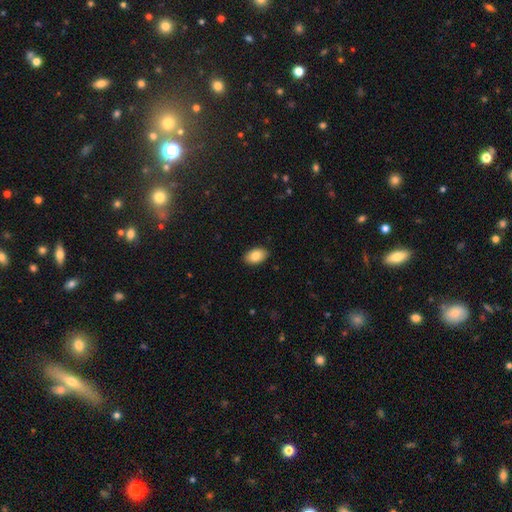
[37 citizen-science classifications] Smooth or featured?
  - smooth: 86% *
  - featured or disk: 11%
  - star or artifact: 3%
How rounded?
  - in between: 94% *
  - round: 6%
  - cigar-shaped: 0%
Merging?
  - none: 92% *
  - minor disturbance: 8%
  - major disturbance: 0%
  - merger: 0%